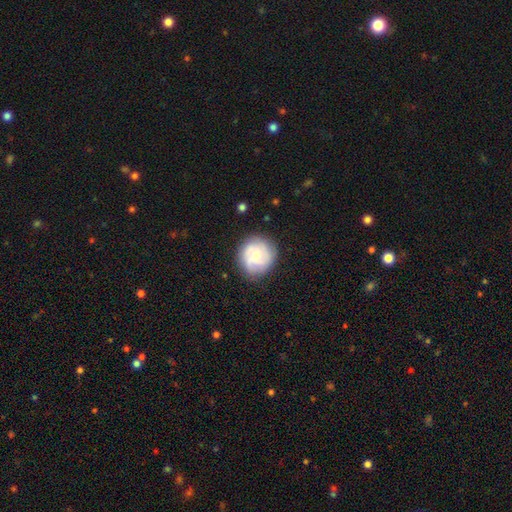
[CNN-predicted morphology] The model was most divided on "bulge size": small: 53%, moderate: 40%, large: 3%, none: 3%, dominant: 1%. More confident: edge-on disk — no (98%); spiral arms — yes (85%); merging — none (79%); bar — no (68%); smooth or featured — featured or disk (59%).